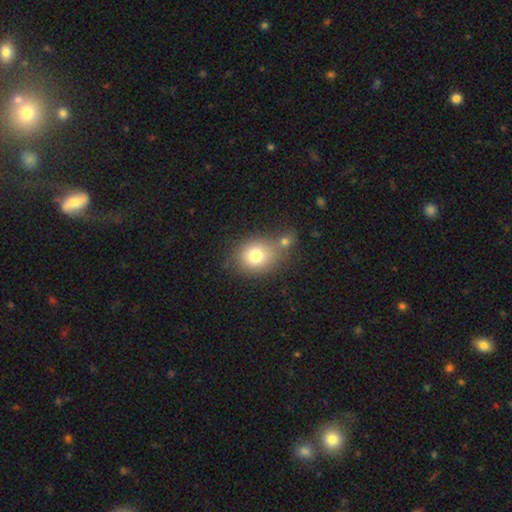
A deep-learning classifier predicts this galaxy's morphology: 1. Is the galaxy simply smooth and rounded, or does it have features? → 77% smooth, 12% featured or disk, 10% star or artifact.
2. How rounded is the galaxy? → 54% round, 45% in between, 1% cigar-shaped.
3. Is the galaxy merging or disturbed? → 45% none, 33% merger, 15% minor disturbance, 7% major disturbance.